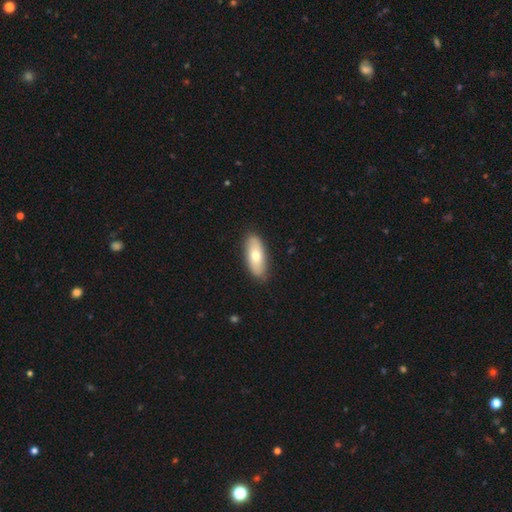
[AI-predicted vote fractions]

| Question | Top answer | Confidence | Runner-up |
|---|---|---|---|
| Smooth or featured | smooth | 69% | featured or disk (25%) |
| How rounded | in between | 80% | cigar-shaped (17%) |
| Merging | none | 85% | minor disturbance (12%) |